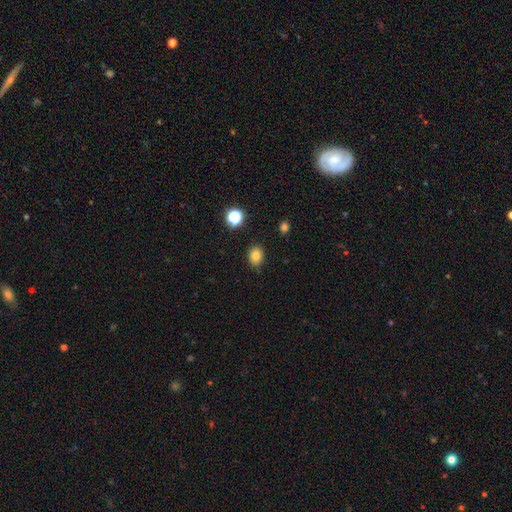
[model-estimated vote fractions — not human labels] A smooth galaxy with no disk features (80%) that is in between round and cigar-shaped (56%). Merging: none (86%).